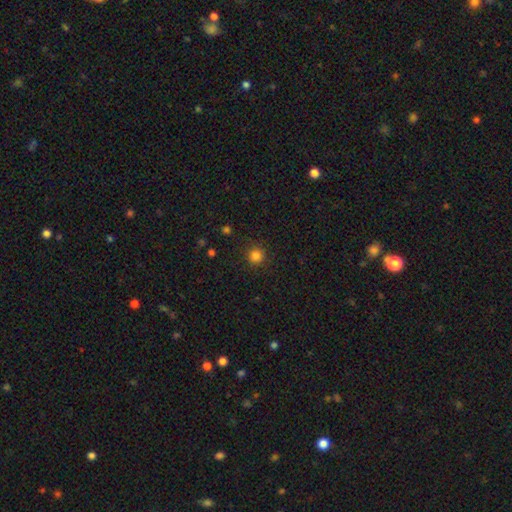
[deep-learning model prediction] A smooth galaxy with no disk features (83%) that is round (95%).

Vote fractions:
- Smooth or featured? smooth: 83% / star or artifact: 13% / featured or disk: 4%
- How rounded? round: 95% / in between: 4% / cigar-shaped: 1%
- Merging? none: 90% / minor disturbance: 7% / major disturbance: 2% / merger: 1%